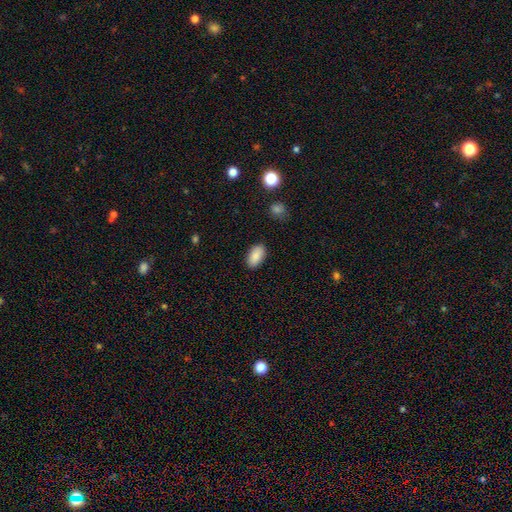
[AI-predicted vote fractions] smooth_or_featured: smooth (p=0.87) [alt: star or artifact p=0.07]
how_rounded: in between (p=0.94) [alt: round p=0.04]
merging: none (p=0.88) [alt: minor disturbance p=0.09]